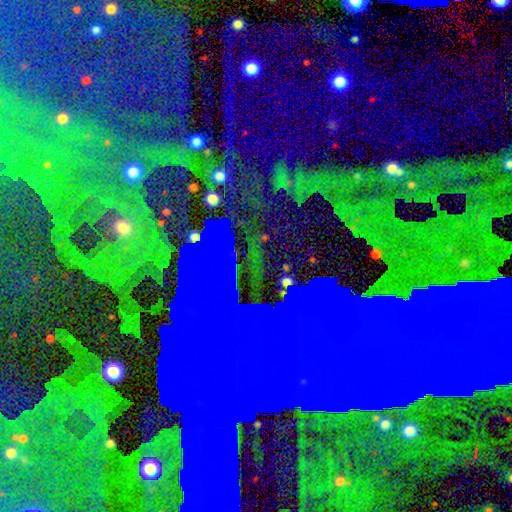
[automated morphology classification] A star or artifact, not a galaxy (83%).